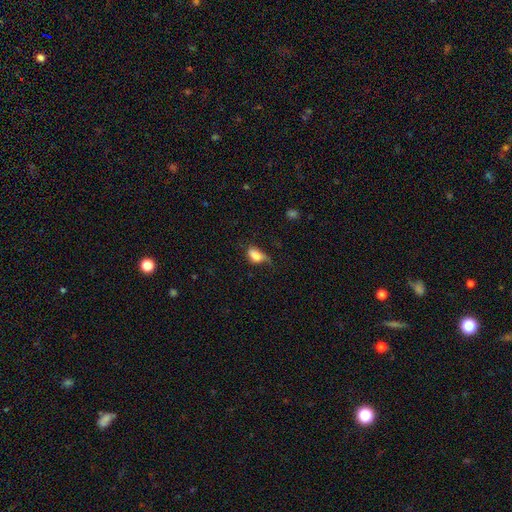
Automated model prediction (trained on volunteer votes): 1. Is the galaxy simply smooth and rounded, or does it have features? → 78% smooth, 13% featured or disk, 9% star or artifact.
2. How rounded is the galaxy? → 87% in between, 9% round, 4% cigar-shaped.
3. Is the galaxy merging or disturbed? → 36% minor disturbance, 31% none, 29% major disturbance, 4% merger.